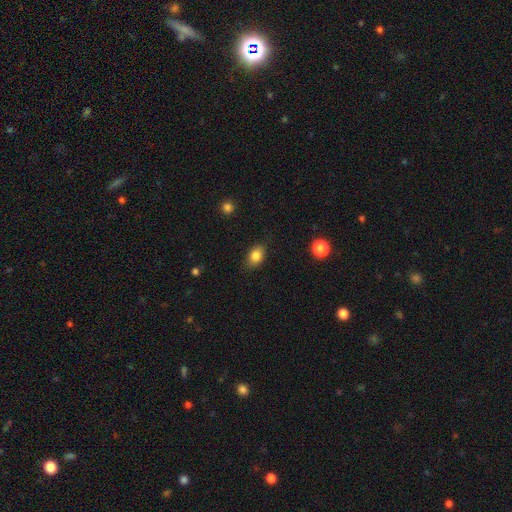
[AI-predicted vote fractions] This is clearly a smooth galaxy (83%). How rounded: likely in between (76%). Merging: clearly none (80%).